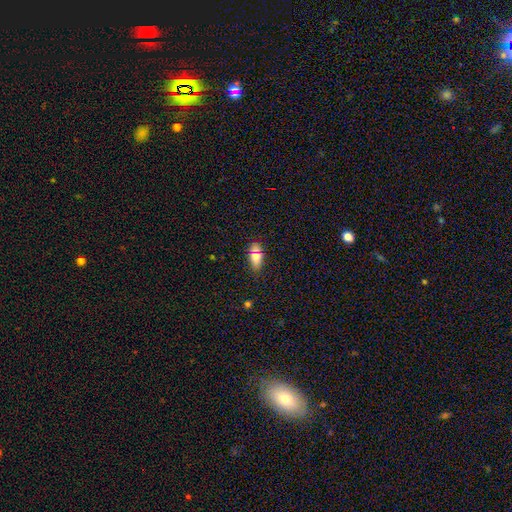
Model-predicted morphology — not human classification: Q: Smooth or featured?
A: smooth (72%); runner-up: star or artifact (14%)
Q: How rounded?
A: in between (80%); runner-up: cigar-shaped (11%)
Q: Merging?
A: none (77%); runner-up: minor disturbance (15%)